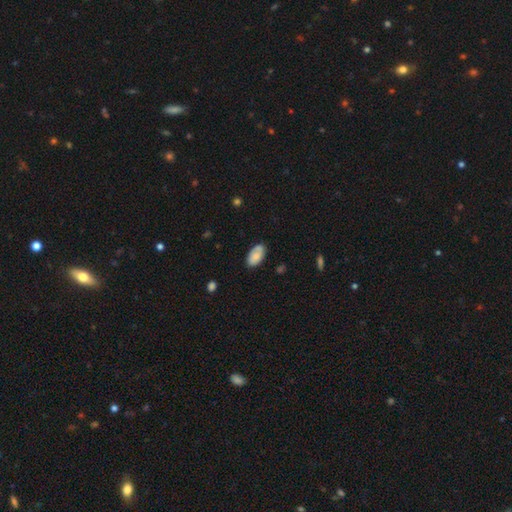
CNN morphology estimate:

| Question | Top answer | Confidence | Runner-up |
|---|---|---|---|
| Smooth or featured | smooth | 77% | featured or disk (17%) |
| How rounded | in between | 95% | round (3%) |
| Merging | none | 76% | minor disturbance (19%) |